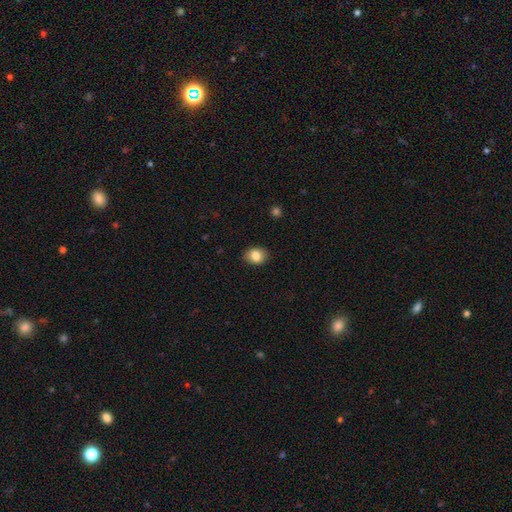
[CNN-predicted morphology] Smooth or featured? smooth (84%)
How rounded? in between (57%)
Merging? none (86%)